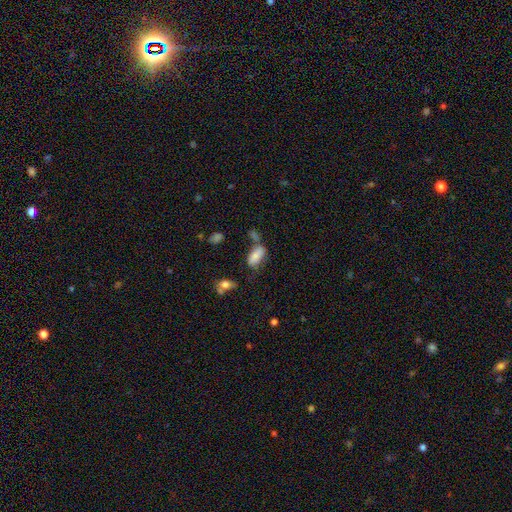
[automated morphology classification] Smooth or featured? Predicted: smooth (p=0.79). How rounded? Predicted: in between (p=0.87). Merging? Predicted: none (p=0.43).